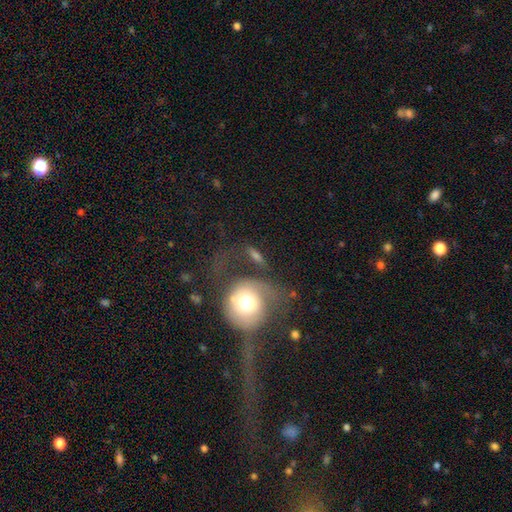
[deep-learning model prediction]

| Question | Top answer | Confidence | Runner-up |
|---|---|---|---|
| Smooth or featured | smooth | 52% | featured or disk (37%) |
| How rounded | round | 57% | in between (36%) |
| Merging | major disturbance | 35% | none (33%) |